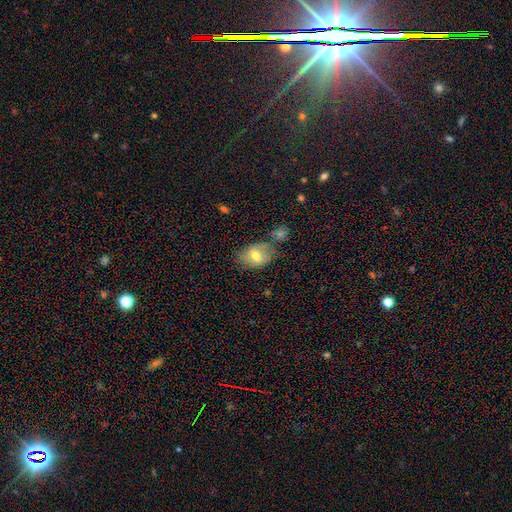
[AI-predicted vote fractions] Q: Smooth or featured?
A: smooth (67%); runner-up: featured or disk (25%)
Q: How rounded?
A: in between (81%); runner-up: round (17%)
Q: Merging?
A: none (62%); runner-up: minor disturbance (21%)